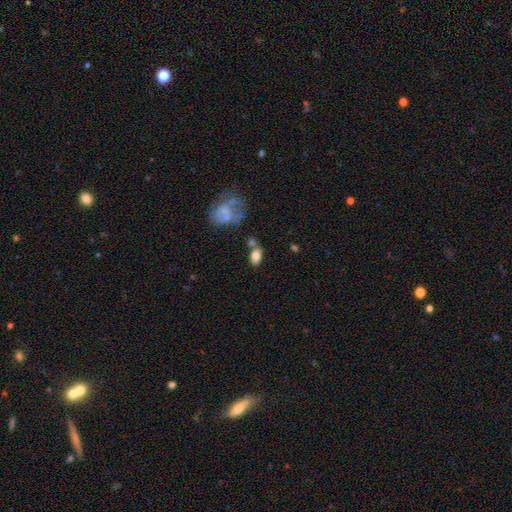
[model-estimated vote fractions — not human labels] smooth 78%, featured or disk 14%, star or artifact 8%. Down the decision tree: how rounded — in between (90%); merging — none (59%).